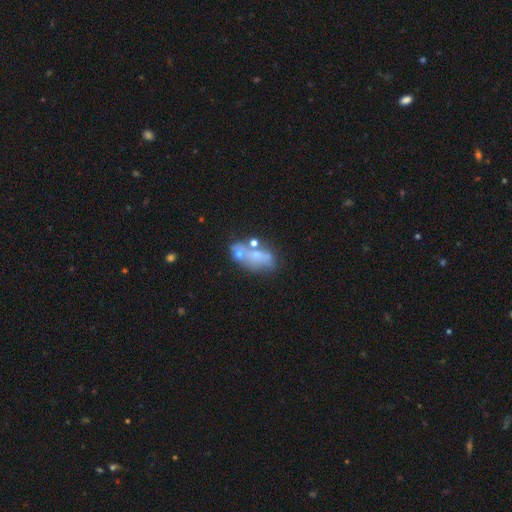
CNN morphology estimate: Smooth or featured? Predicted: smooth (p=0.45). Merging? Predicted: none (p=0.35).